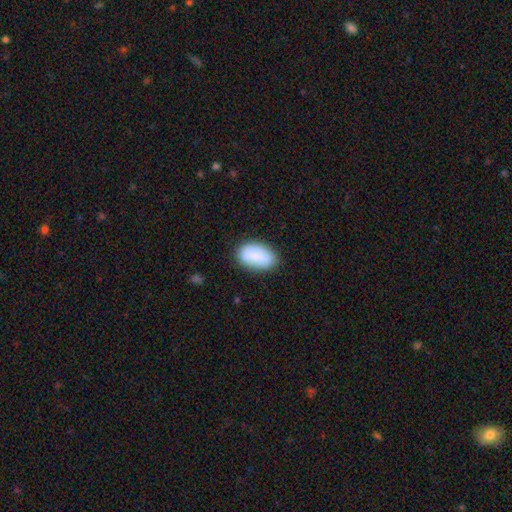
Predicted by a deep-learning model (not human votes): This appears to be a smooth galaxy with no disk features (78%) that is in between round and cigar-shaped (92%). Merging: none (82%).